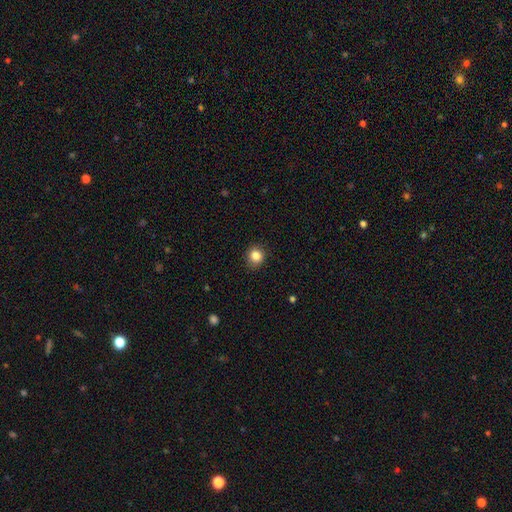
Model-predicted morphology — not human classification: This appears to be a smooth galaxy with no disk features (84%) that is round (85%). Merging: none (88%).